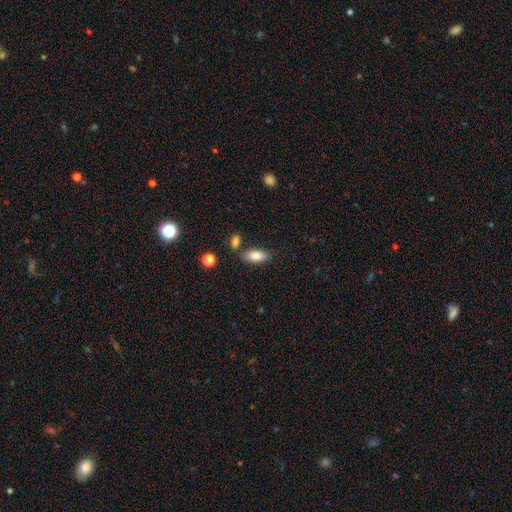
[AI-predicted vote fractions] A smooth galaxy with no disk features (84%) that is in between round and cigar-shaped (88%).

Vote fractions:
- Smooth or featured? smooth: 84% / featured or disk: 9% / star or artifact: 7%
- How rounded? in between: 88% / cigar-shaped: 9% / round: 3%
- Merging? none: 75% / minor disturbance: 13% / merger: 9% / major disturbance: 3%